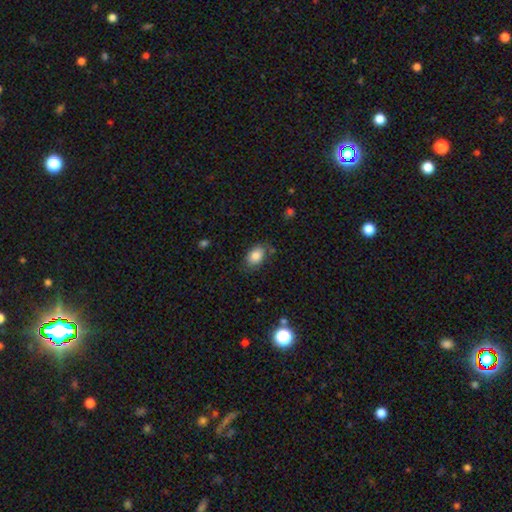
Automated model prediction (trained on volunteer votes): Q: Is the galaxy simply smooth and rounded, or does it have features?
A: smooth — 83%.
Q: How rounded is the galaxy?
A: in between — 85%.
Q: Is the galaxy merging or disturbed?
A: none — 74%.